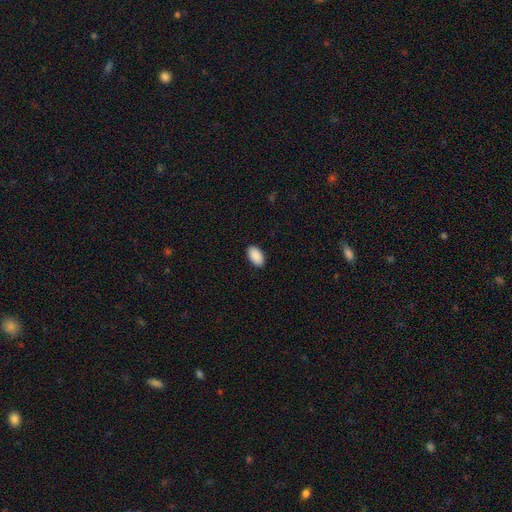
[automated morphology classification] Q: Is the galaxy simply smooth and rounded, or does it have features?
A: smooth — 91%.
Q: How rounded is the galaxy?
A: in between — 95%.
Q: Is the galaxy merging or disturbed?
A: none — 90%.